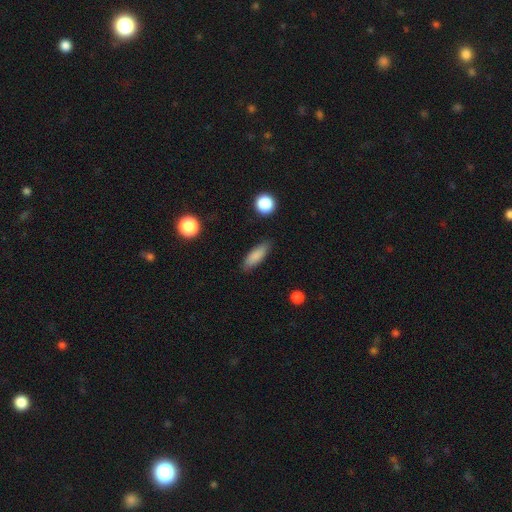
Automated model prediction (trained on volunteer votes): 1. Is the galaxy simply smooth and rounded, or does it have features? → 84% smooth, 9% featured or disk, 7% star or artifact.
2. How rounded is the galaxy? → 55% in between, 42% cigar-shaped, 2% round.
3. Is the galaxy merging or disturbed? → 84% none, 11% minor disturbance, 3% major disturbance, 2% merger.